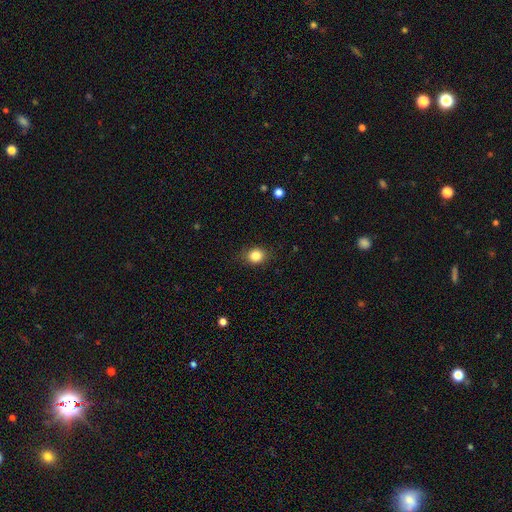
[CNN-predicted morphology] A smooth galaxy with no disk features (83%) that is round (65%). Merging: none (84%).